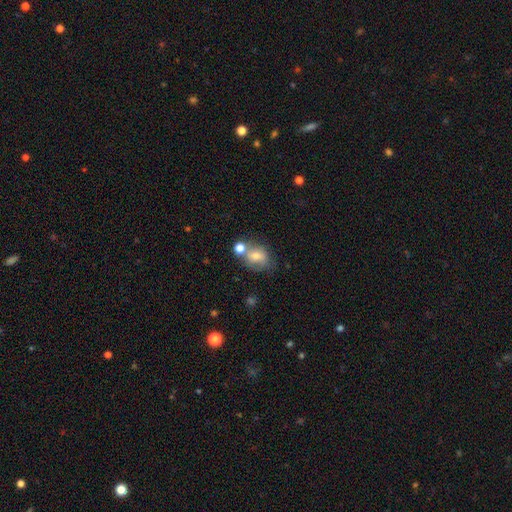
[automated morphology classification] A smooth galaxy with no disk features (64%) that is round (51%).

Vote fractions:
- Smooth or featured? smooth: 64% / featured or disk: 25% / star or artifact: 11%
- How rounded? round: 51% / in between: 48% / cigar-shaped: 1%
- Merging? none: 42% / merger: 31% / minor disturbance: 18% / major disturbance: 9%